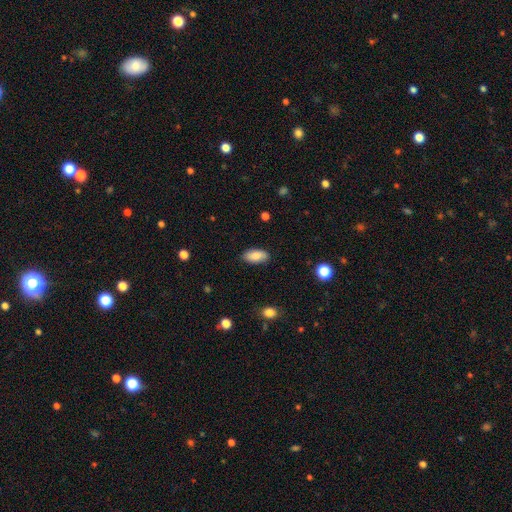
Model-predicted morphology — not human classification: smooth 86%, featured or disk 8%, star or artifact 7%. Down the decision tree: how rounded — in between (91%); merging — none (86%).